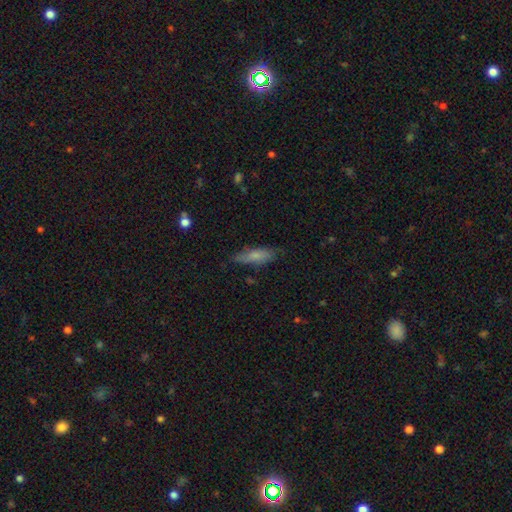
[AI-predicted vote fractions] Q: Smooth or featured?
A: smooth (74%); runner-up: featured or disk (20%)
Q: How rounded?
A: cigar-shaped (55%); runner-up: in between (43%)
Q: Merging?
A: none (75%); runner-up: minor disturbance (20%)